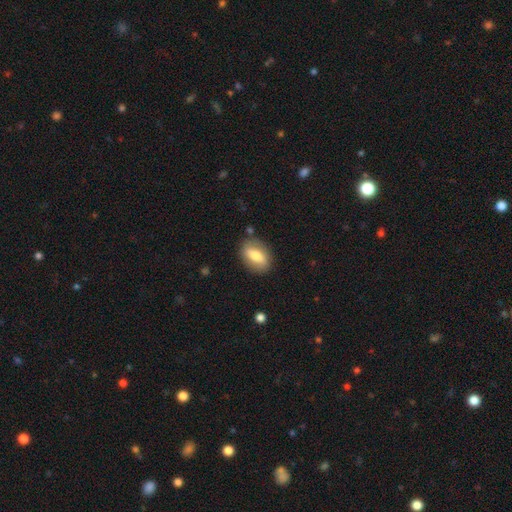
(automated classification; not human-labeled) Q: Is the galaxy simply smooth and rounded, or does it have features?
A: smooth — 62%.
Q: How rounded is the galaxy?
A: in between — 80%.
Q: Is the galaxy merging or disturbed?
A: none — 83%.